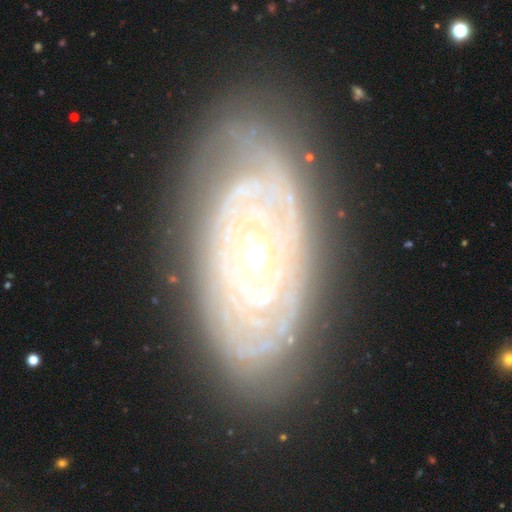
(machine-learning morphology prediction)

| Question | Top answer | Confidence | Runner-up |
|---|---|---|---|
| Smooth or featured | featured or disk | 85% | smooth (9%) |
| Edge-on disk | no | 93% | yes (7%) |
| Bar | no | 78% | weak (15%) |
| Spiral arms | yes | 86% | no (14%) |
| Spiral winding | tight | 85% | medium (12%) |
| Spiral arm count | can't tell | 44% | 2 (22%) |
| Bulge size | moderate | 48% | tied: small (48%) |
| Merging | none | 79% | minor disturbance (15%) |